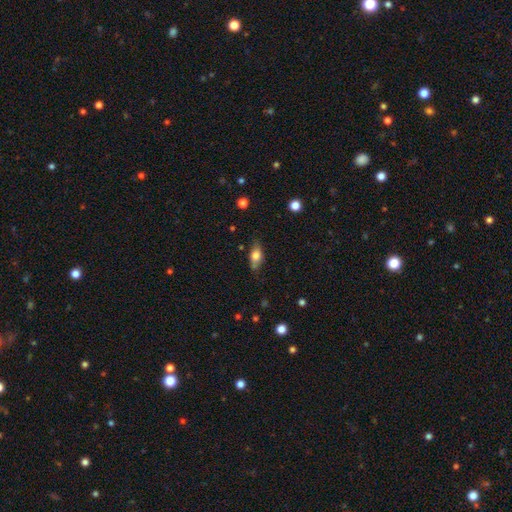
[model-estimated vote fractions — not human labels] Smooth or featured?
  - smooth: 68% *
  - featured or disk: 24%
  - star or artifact: 8%
How rounded?
  - in between: 77% *
  - cigar-shaped: 15%
  - round: 7%
Merging?
  - none: 73% *
  - minor disturbance: 20%
  - major disturbance: 5%
  - merger: 2%